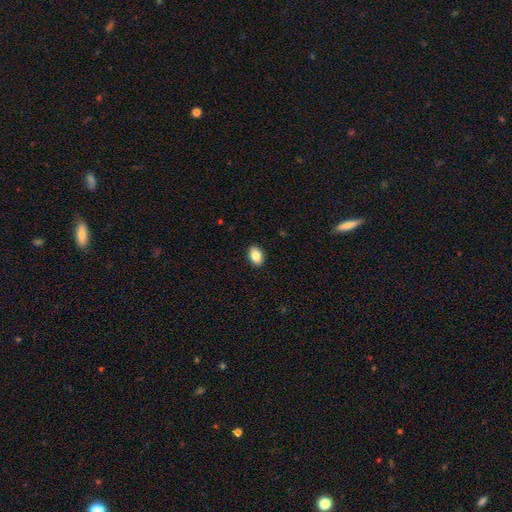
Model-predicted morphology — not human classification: This appears to be a smooth galaxy with no disk features (85%) that is in between round and cigar-shaped (87%). Merging: none (90%).